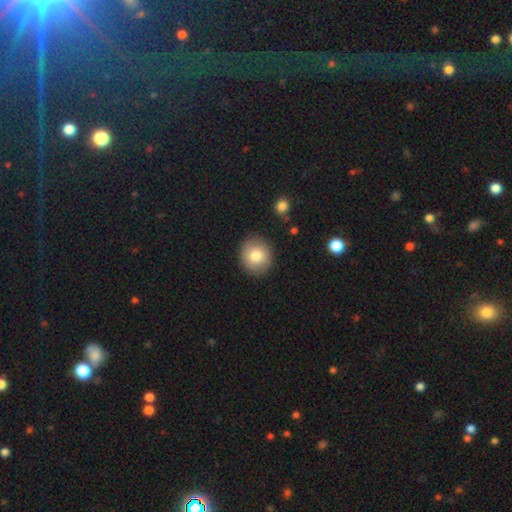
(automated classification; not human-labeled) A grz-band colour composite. It shows a smooth galaxy with no disk features (80%) that is round (82%). Merging: none (87%).